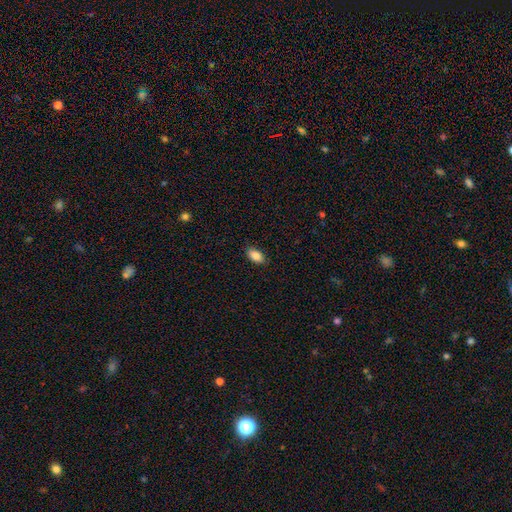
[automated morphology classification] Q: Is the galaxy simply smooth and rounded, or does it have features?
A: smooth — 86%.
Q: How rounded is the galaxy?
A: in between — 93%.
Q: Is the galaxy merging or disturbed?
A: none — 87%.